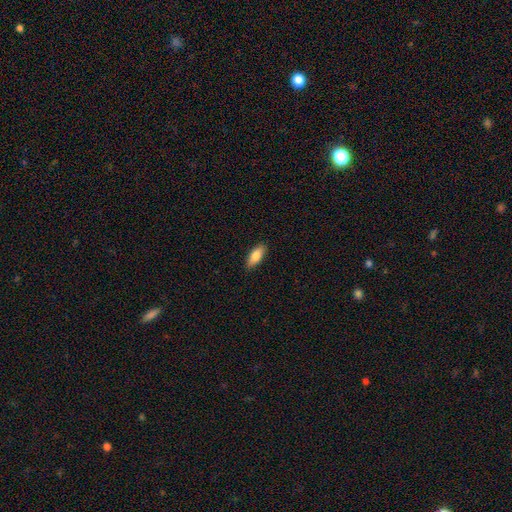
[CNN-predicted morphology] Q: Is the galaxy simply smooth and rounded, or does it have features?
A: smooth — 83%.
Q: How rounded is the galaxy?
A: in between — 79%.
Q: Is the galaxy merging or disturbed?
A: none — 88%.